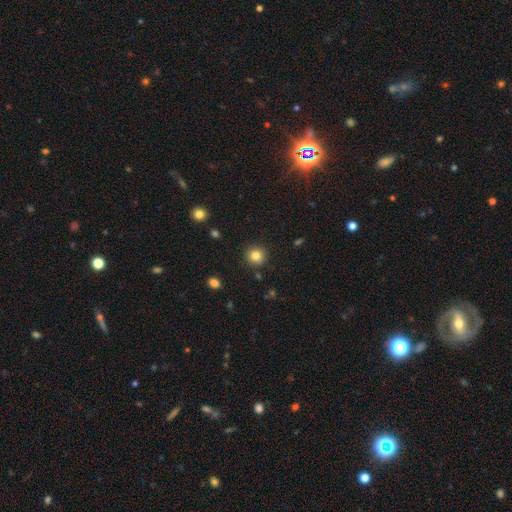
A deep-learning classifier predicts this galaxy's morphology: smooth_or_featured: smooth (p=0.83) [alt: star or artifact p=0.11]
how_rounded: round (p=0.93) [alt: in between p=0.07]
merging: none (p=0.90) [alt: minor disturbance p=0.07]